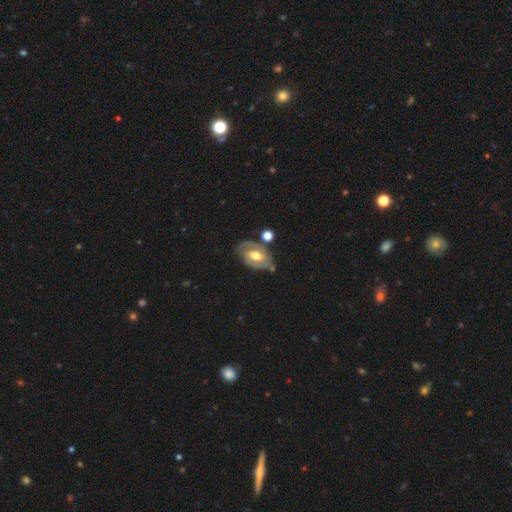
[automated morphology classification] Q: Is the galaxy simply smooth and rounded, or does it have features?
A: featured or disk — 82%.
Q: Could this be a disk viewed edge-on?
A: no — 96%.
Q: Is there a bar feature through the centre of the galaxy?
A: weak — 46%.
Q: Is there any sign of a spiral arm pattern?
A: yes — 91%.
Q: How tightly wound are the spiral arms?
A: tight — 49%.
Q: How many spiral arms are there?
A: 2 — 84%.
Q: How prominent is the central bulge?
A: moderate — 73%.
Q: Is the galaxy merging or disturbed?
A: none — 68%.